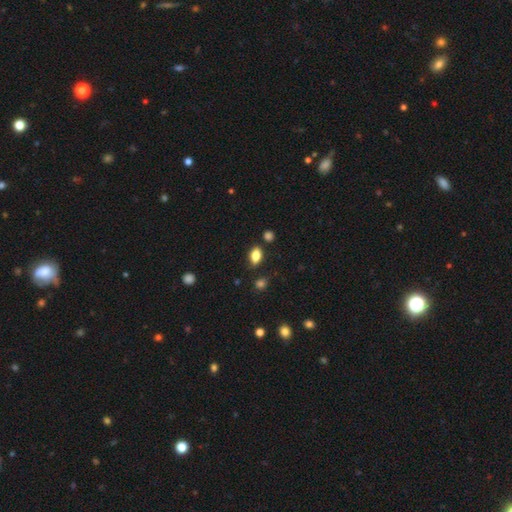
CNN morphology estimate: The model was most divided on "merging": none: 83%, minor disturbance: 11%, merger: 4%, major disturbance: 2%. More confident: how rounded — in between (87%); smooth or featured — smooth (82%).